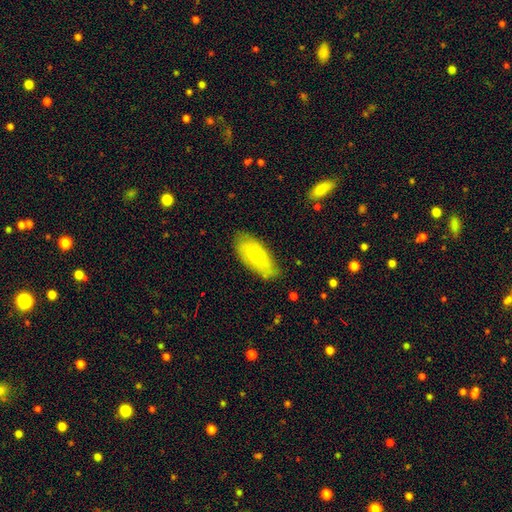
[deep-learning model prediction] smooth 70%, featured or disk 24%, star or artifact 7%. Down the decision tree: how rounded — in between (89%); merging — none (69%).